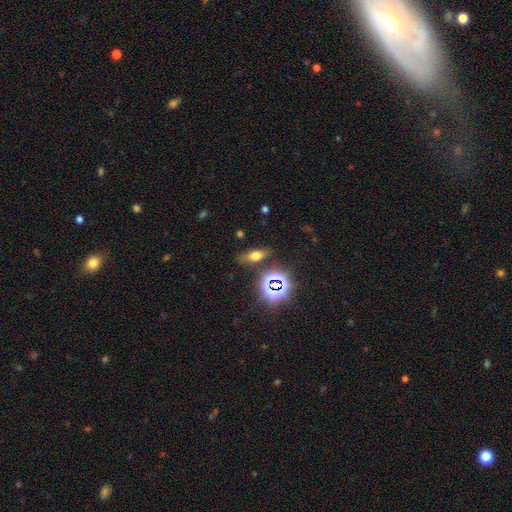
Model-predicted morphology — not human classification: smooth-or-featured: smooth: 56% | star or artifact: 24% | featured or disk: 20%
  how-rounded: in between: 64% | cigar-shaped: 23% | round: 12%
  merging: none: 79% | minor disturbance: 12% | merger: 4% | major disturbance: 4%